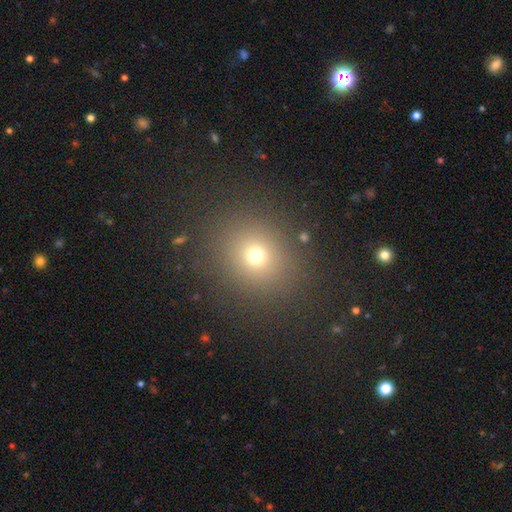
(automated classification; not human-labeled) A smooth galaxy with no disk features (70%) that is round (80%). Merging: none (86%).